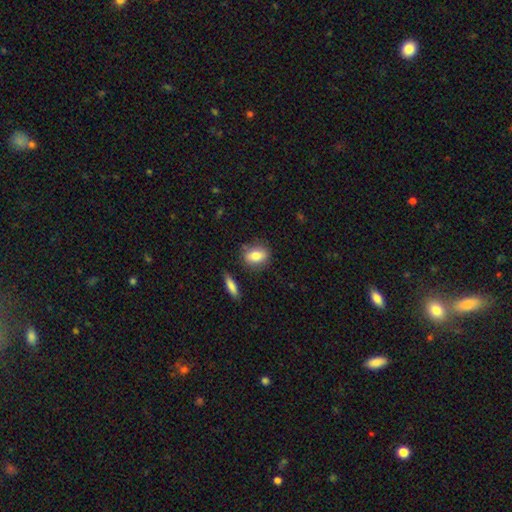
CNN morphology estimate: The model was most divided on "how rounded": in between: 70%, round: 25%, cigar-shaped: 4%. More confident: smooth or featured — smooth (81%); merging — none (76%).